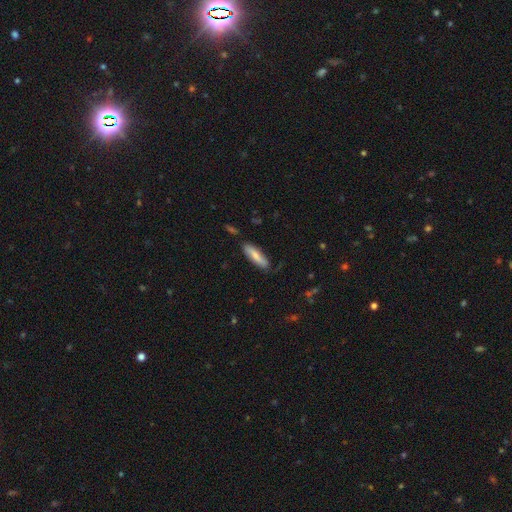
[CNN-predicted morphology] smooth_or_featured: smooth (p=0.75) [alt: featured or disk p=0.19]
how_rounded: cigar-shaped (p=0.59) [alt: in between p=0.39]
merging: none (p=0.78) [alt: minor disturbance p=0.17]